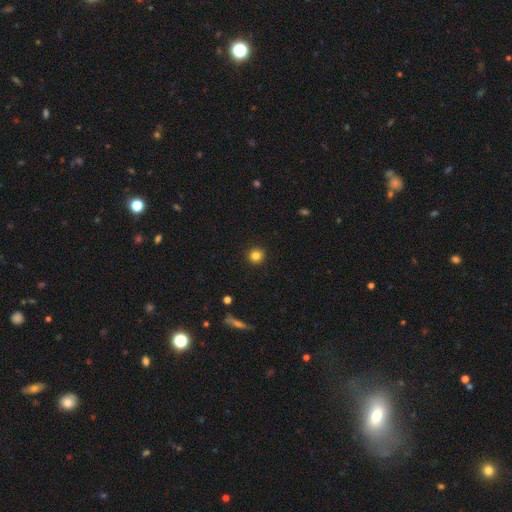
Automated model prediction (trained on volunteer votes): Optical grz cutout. It shows a smooth galaxy with no disk features (83%) that is round (94%). Merging: none (93%).